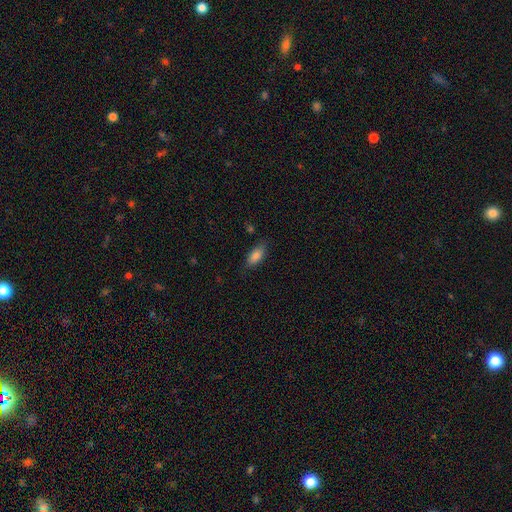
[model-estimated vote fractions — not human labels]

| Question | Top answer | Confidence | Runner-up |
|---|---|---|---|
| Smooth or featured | smooth | 84% | featured or disk (8%) |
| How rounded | in between | 87% | cigar-shaped (10%) |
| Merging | none | 79% | minor disturbance (15%) |